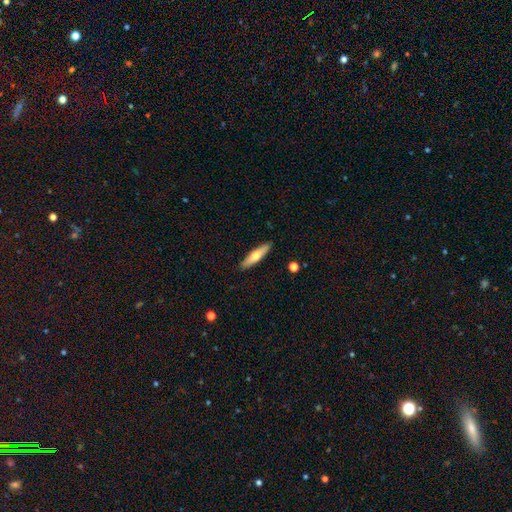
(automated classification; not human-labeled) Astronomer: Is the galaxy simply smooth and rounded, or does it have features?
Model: smooth — 61%.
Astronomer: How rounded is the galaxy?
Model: cigar-shaped — 74%.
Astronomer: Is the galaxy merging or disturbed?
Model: none — 89%.